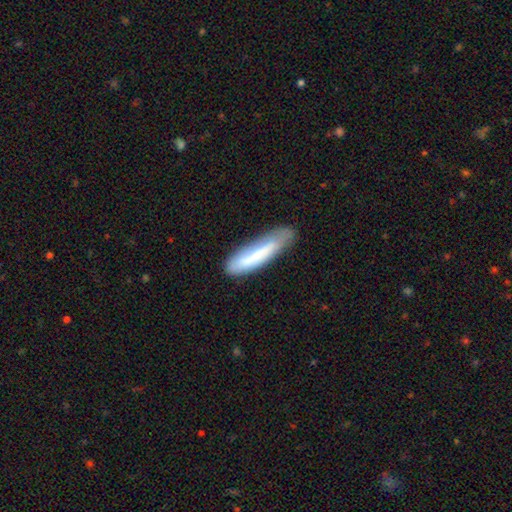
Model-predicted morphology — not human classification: type=smooth (68%); roundness=cigar-shaped (78%); merging=none (63%).